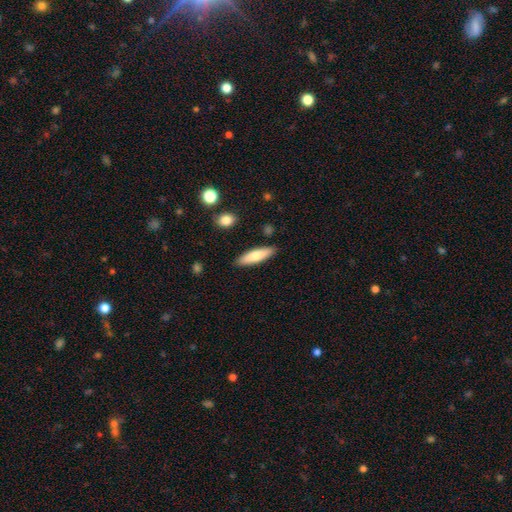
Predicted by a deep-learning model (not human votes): A smooth galaxy with no disk features (72%) that is cigar-shaped (64%). Merging: none (88%).